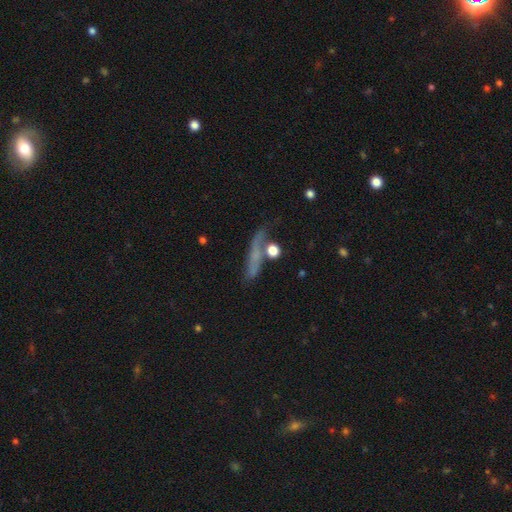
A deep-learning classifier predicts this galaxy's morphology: A smooth galaxy with no disk features (49%). Merging: none (49%).